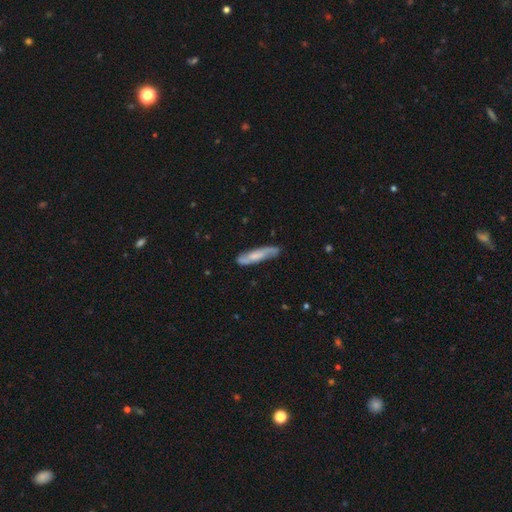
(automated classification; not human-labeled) Smooth or featured: featured or disk — 53% (smooth — 41%)
Edge-on disk: no — 59% (yes — 41%)
Merging: none — 79% (minor disturbance — 16%)